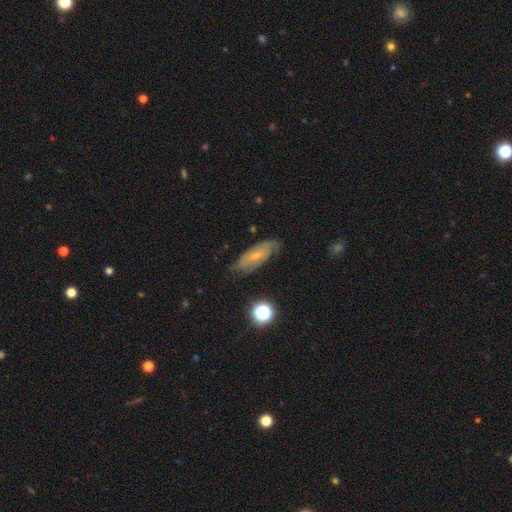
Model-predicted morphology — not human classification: smooth-or-featured: featured or disk: 55% | smooth: 36% | star or artifact: 9%
  disk-edge-on: no: 79% | yes: 21%
  merging: none: 69% | minor disturbance: 23% | major disturbance: 6% | merger: 2%